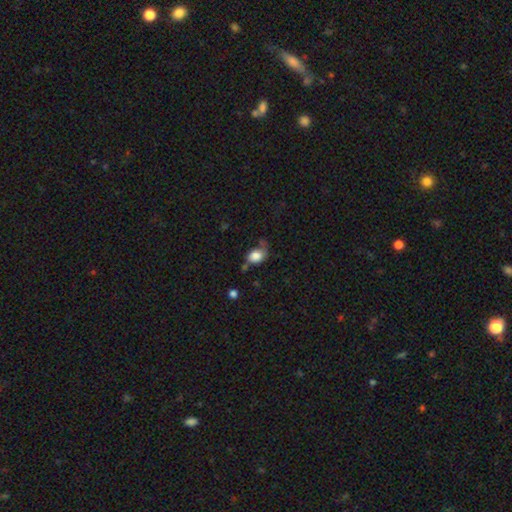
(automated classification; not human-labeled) A smooth galaxy with no disk features (81%) that is in between round and cigar-shaped (67%). Merging: none (39%).